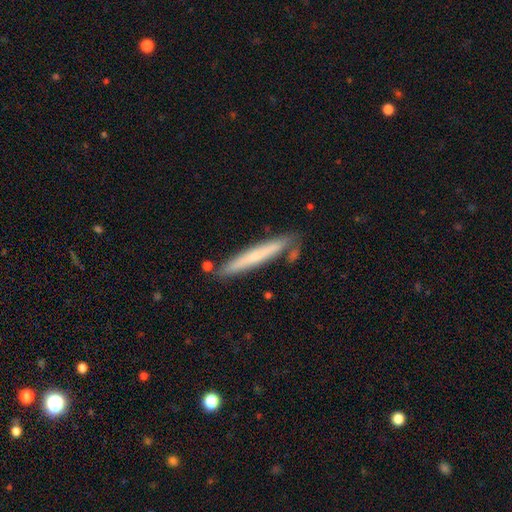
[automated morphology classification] A smooth galaxy with no disk features (62%) that is cigar-shaped (96%).

Vote fractions:
- Smooth or featured? smooth: 62% / featured or disk: 32% / star or artifact: 6%
- How rounded? cigar-shaped: 96% / in between: 3% / round: 1%
- Merging? none: 81% / minor disturbance: 12% / merger: 5% / major disturbance: 2%